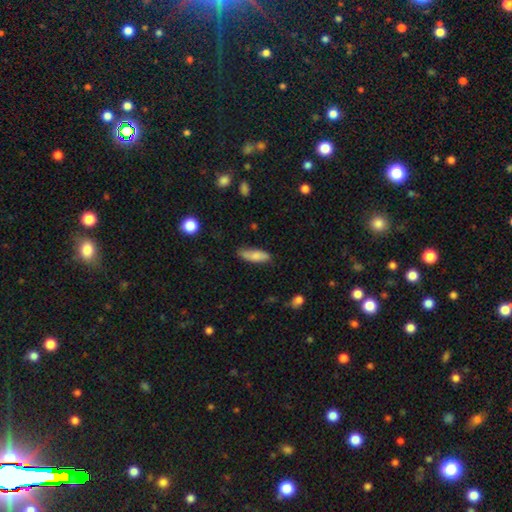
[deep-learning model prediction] Smooth or featured: smooth — 80% (featured or disk — 13%)
How rounded: in between — 52% (cigar-shaped — 46%)
Merging: none — 68% (minor disturbance — 24%)